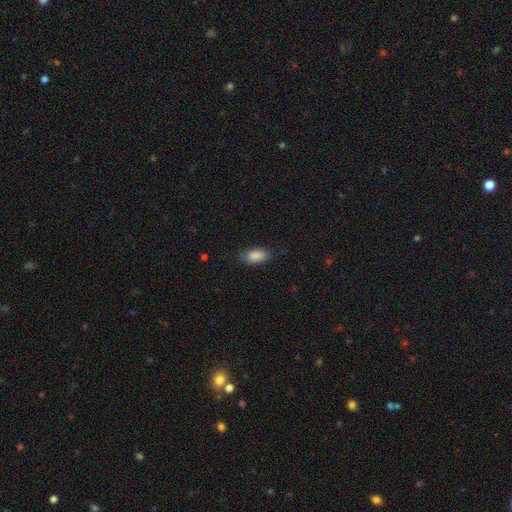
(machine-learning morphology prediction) smooth_or_featured: smooth (p=0.88) [alt: star or artifact p=0.07]
how_rounded: in between (p=0.92) [alt: round p=0.05]
merging: none (p=0.79) [alt: minor disturbance p=0.16]